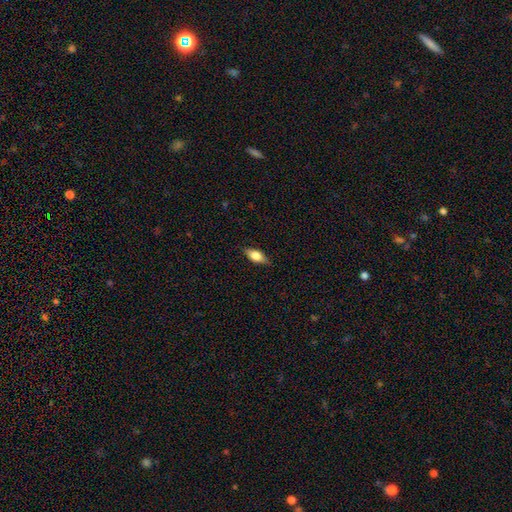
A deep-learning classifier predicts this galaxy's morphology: Smooth or featured: smooth — 63% (featured or disk — 29%)
How rounded: in between — 78% (cigar-shaped — 17%)
Merging: none — 84% (minor disturbance — 12%)